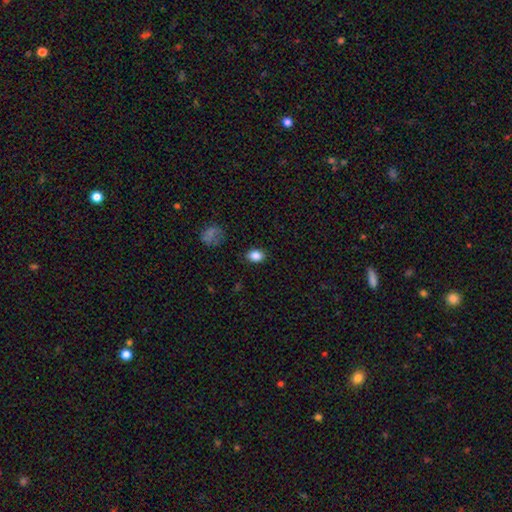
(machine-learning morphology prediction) smooth 86%, star or artifact 9%, featured or disk 5%. Down the decision tree: how rounded — in between (74%); merging — none (85%).